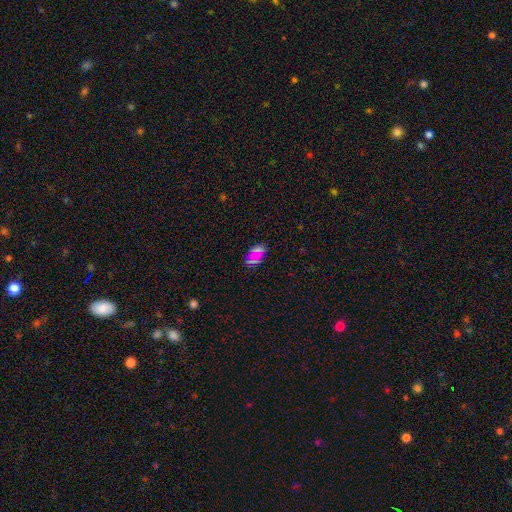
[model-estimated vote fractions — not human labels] The model was most divided on "smooth or featured": smooth: 60%, star or artifact: 31%, featured or disk: 9%. More confident: merging — none (79%); how rounded — in between (78%).